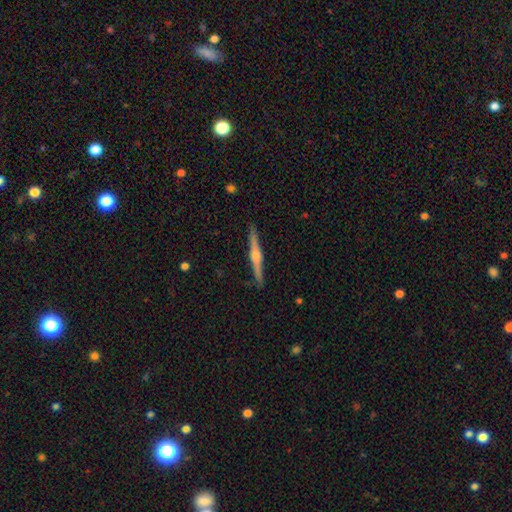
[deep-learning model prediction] Smooth or featured? featured or disk (79%)
Edge-on disk? yes (99%)
Edge-on bulge? rounded (86%)
Merging? none (91%)